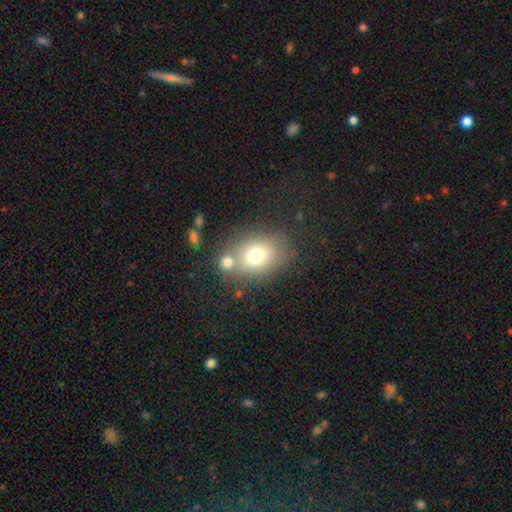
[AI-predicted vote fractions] The model was most divided on "how rounded": in between: 56%, round: 43%, cigar-shaped: 1%. More confident: smooth or featured — smooth (72%); merging — none (56%).